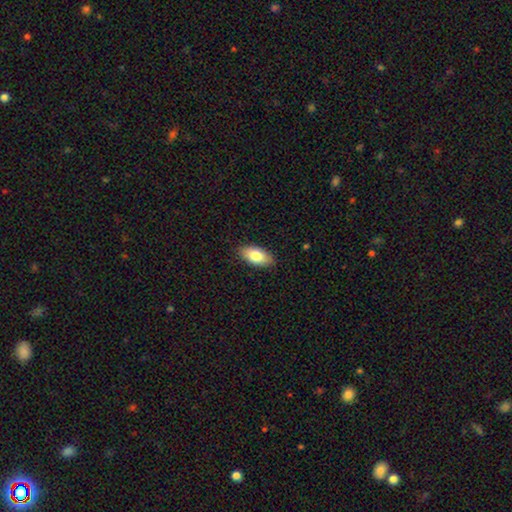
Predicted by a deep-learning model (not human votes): Smooth or featured? Predicted: smooth (p=0.80). How rounded? Predicted: in between (p=0.92). Merging? Predicted: none (p=0.87).